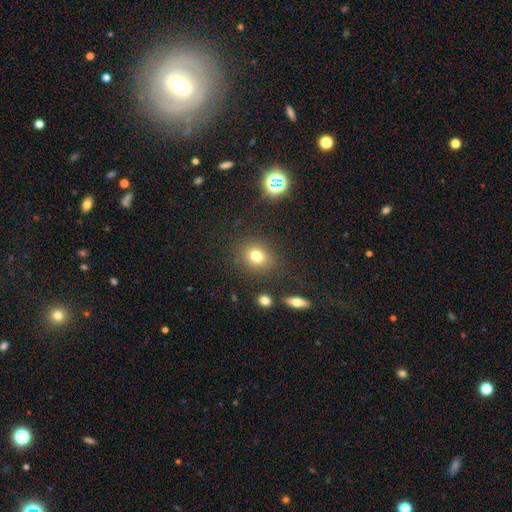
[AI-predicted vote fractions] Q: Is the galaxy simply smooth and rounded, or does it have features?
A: smooth — 75%.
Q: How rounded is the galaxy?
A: round — 66%.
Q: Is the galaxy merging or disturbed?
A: none — 83%.